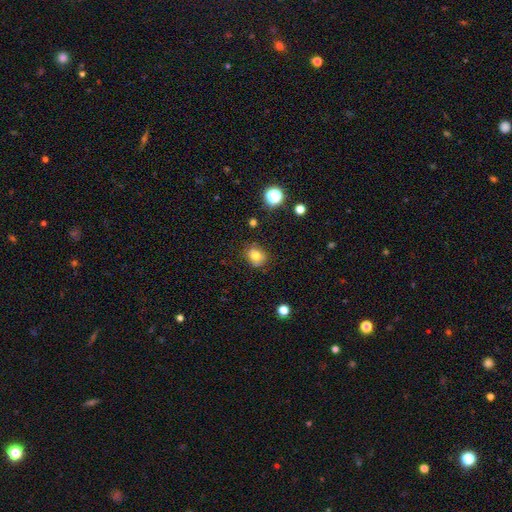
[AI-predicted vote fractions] The model was most divided on "how rounded": round: 65%, in between: 34%, cigar-shaped: 1%. More confident: merging — none (78%); smooth or featured — smooth (75%).